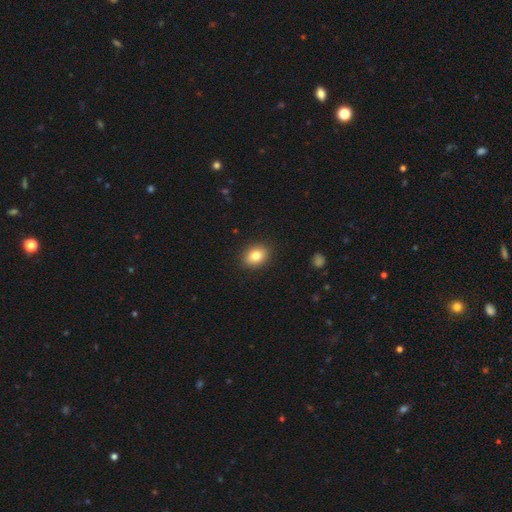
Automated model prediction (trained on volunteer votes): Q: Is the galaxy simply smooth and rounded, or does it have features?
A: smooth — 83%.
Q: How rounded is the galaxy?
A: in between — 63%.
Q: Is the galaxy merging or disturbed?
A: none — 90%.